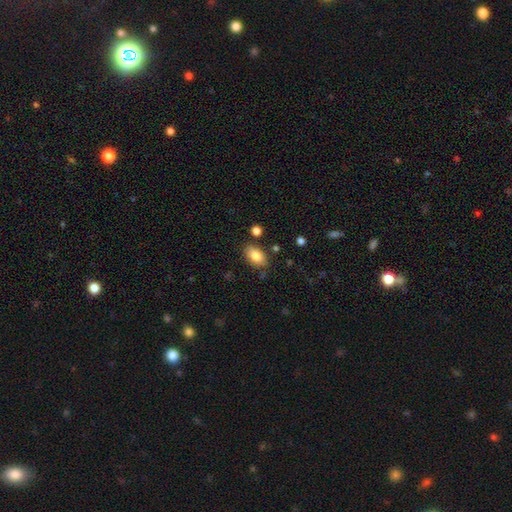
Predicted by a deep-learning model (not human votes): Smooth or featured? smooth (84%)
How rounded? in between (91%)
Merging? none (81%)